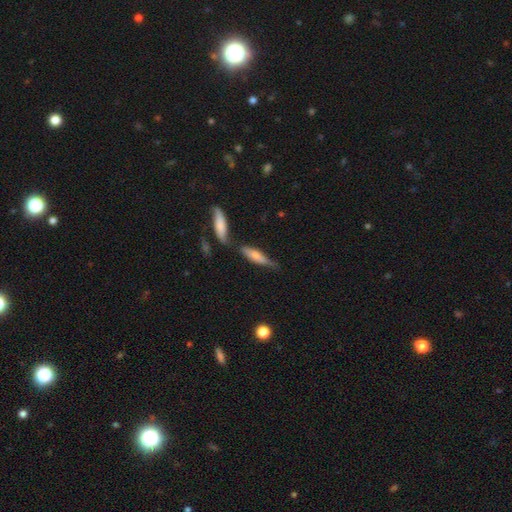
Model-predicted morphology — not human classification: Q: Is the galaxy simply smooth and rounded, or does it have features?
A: smooth — 61%.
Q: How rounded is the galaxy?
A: cigar-shaped — 70%.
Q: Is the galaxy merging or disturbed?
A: none — 51%.